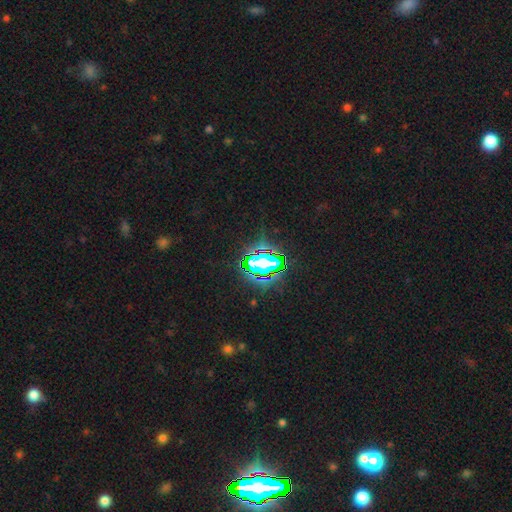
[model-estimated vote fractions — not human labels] Overall: star or artifact (79%).